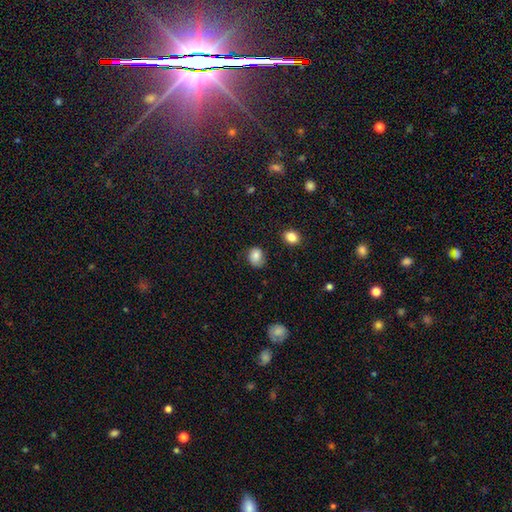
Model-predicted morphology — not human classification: Smooth or featured? Predicted: smooth (p=0.83). How rounded? Predicted: round (p=0.54). Merging? Predicted: none (p=0.65).